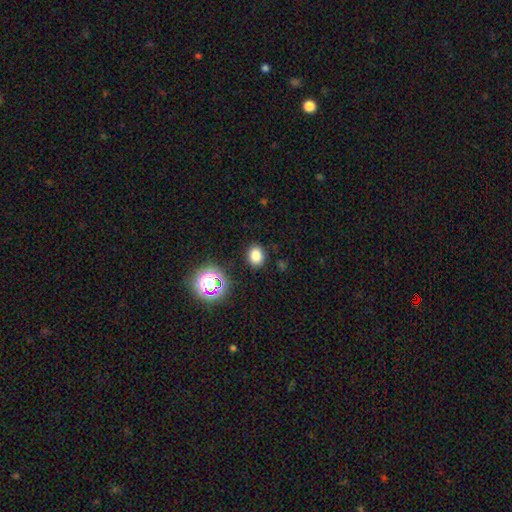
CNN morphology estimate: This appears to be a smooth galaxy with no disk features (79%) that is round (56%). Merging: none (87%).